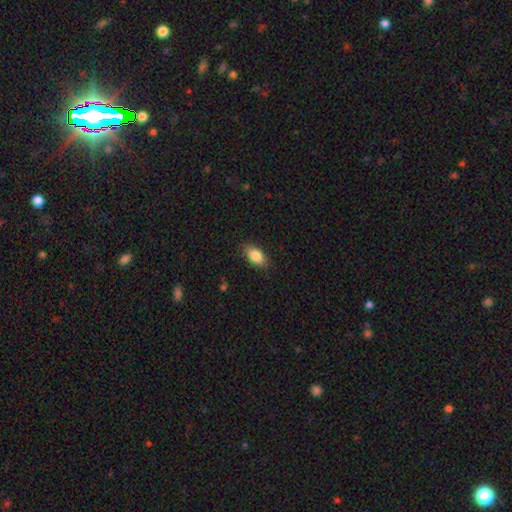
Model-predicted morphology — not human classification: Q: Smooth or featured?
A: smooth (86%); runner-up: star or artifact (7%)
Q: How rounded?
A: in between (90%); runner-up: round (6%)
Q: Merging?
A: none (85%); runner-up: minor disturbance (11%)